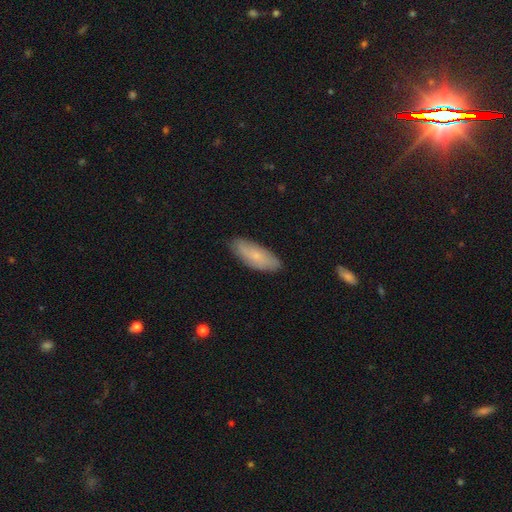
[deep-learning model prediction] Smooth or featured? smooth (68%)
How rounded? in between (70%)
Merging? none (83%)